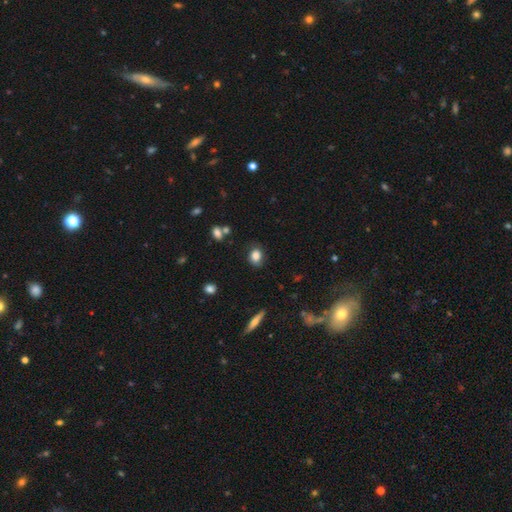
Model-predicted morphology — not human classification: A smooth galaxy with no disk features (82%) that is in between round and cigar-shaped (58%).

Vote fractions:
- Smooth or featured? smooth: 82% / star or artifact: 9% / featured or disk: 9%
- How rounded? in between: 58% / round: 41% / cigar-shaped: 2%
- Merging? none: 79% / minor disturbance: 15% / major disturbance: 3% / merger: 2%